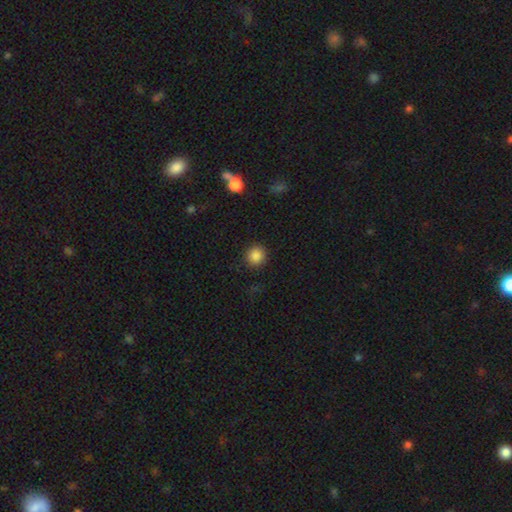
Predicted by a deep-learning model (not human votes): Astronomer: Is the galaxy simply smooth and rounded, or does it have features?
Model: smooth — 86%.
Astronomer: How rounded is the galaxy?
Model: round — 92%.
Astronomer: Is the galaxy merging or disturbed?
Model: none — 91%.